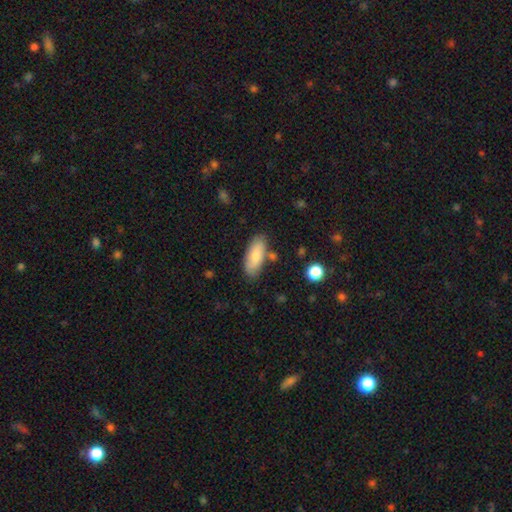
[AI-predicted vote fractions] Smooth or featured? smooth (76%)
How rounded? in between (83%)
Merging? none (75%)